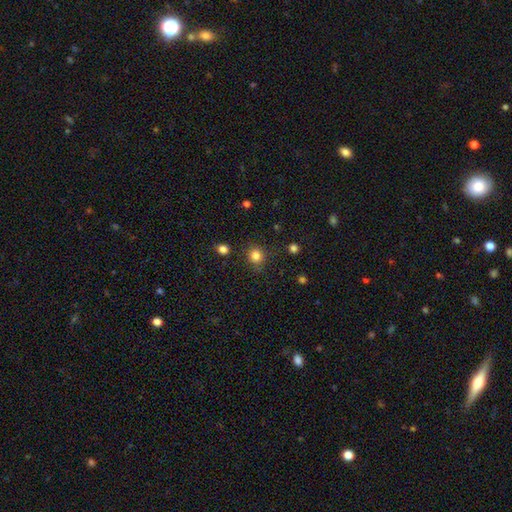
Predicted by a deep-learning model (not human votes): Morphology: type=smooth (83%); roundness=round (87%); merging=none (84%).